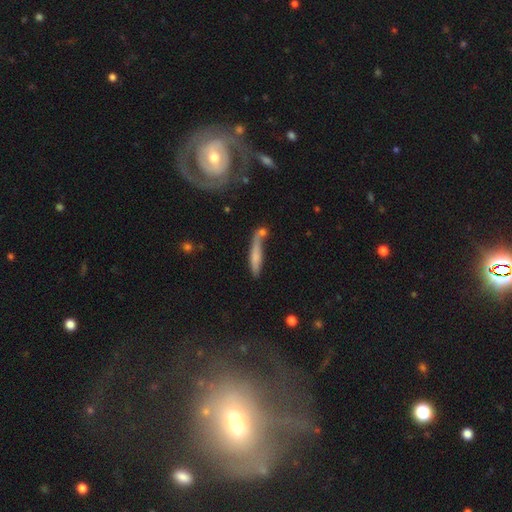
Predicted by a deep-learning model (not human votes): A smooth galaxy with no disk features (62%) that is cigar-shaped (87%).

Vote fractions:
- Smooth or featured? smooth: 62% / featured or disk: 30% / star or artifact: 8%
- How rounded? cigar-shaped: 87% / in between: 11% / round: 2%
- Merging? none: 49% / minor disturbance: 21% / merger: 20% / major disturbance: 11%